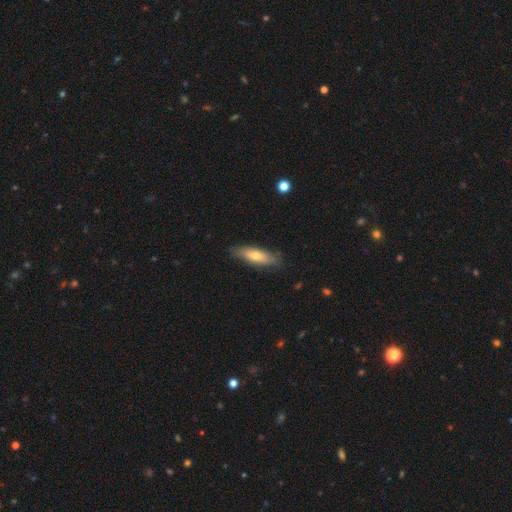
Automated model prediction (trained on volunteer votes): This is likely a smooth galaxy (62%). How rounded: possibly cigar-shaped (56%). Merging: clearly none (83%).